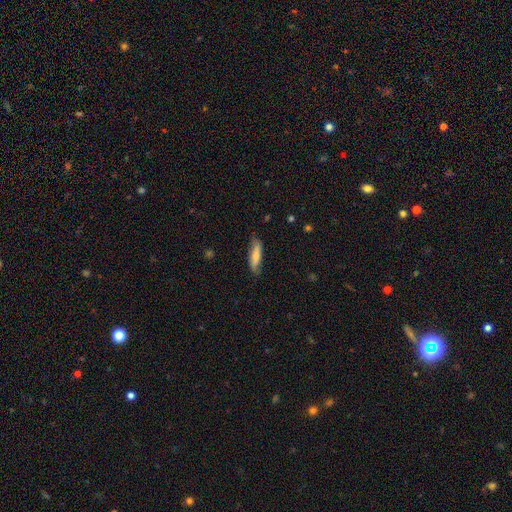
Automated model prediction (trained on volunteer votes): Morphology: type=smooth (64%); roundness=cigar-shaped (61%); merging=none (76%).